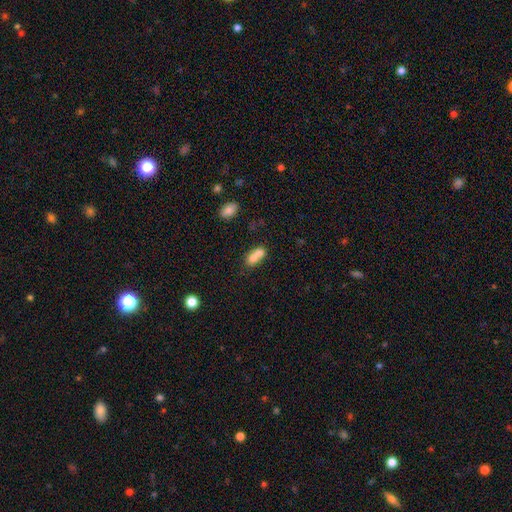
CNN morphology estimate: A smooth galaxy with no disk features (69%) that is in between round and cigar-shaped (52%). Merging: merger (70%).